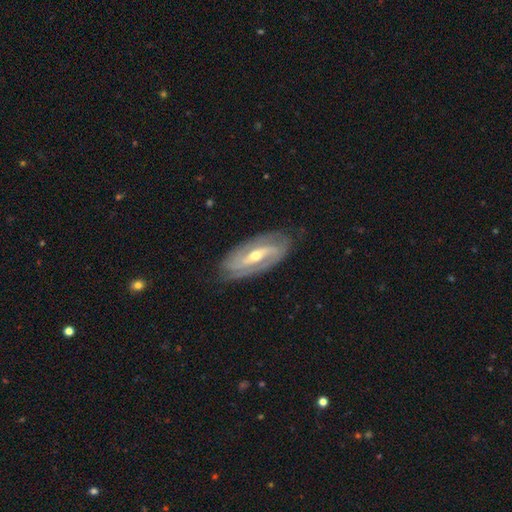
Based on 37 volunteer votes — This is clearly a featured or disk galaxy (89%). It is clearly not viewed edge-on (97%). Bar: possibly weak (56%). Spiral arm pattern: clearly yes (94%). Spiral arm count: clearly 2 (83%). Spiral winding: possibly tight (57%). Central bulge: possibly small (59%). Merging: clearly none (81%).